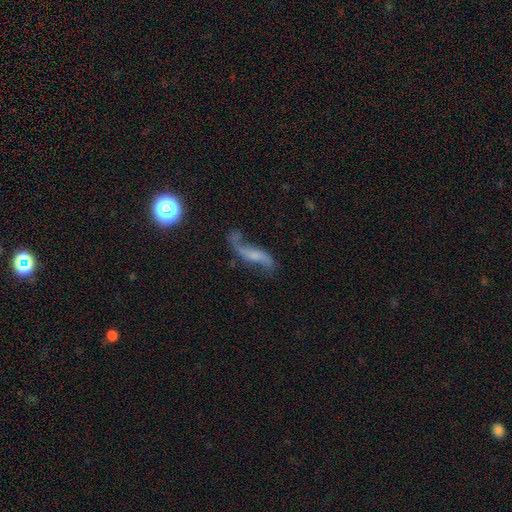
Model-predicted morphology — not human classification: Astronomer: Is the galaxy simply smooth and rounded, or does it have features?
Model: featured or disk — 76%.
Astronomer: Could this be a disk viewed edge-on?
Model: no — 86%.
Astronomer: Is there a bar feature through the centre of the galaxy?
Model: no — 49% (runner-up: weak, 35%).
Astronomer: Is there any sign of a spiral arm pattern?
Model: yes — 91%.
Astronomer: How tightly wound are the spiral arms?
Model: loose — 92%.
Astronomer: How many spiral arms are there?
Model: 2 — 87%.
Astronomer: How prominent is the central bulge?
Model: small — 38% (runner-up: none, 34%).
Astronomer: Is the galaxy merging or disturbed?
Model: none — 53%.